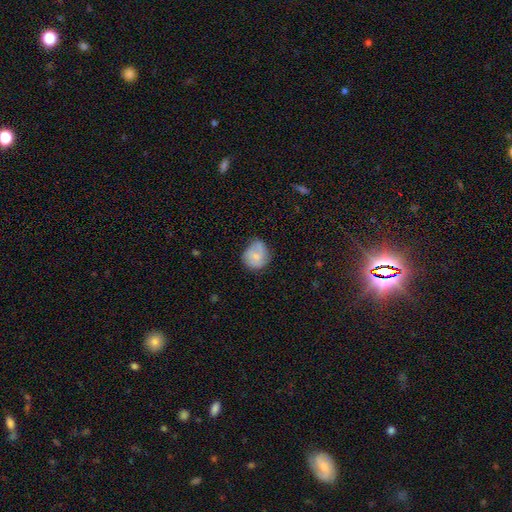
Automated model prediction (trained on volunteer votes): Q: Smooth or featured?
A: smooth (69%); runner-up: featured or disk (24%)
Q: How rounded?
A: round (73%); runner-up: in between (26%)
Q: Merging?
A: none (52%); runner-up: minor disturbance (34%)